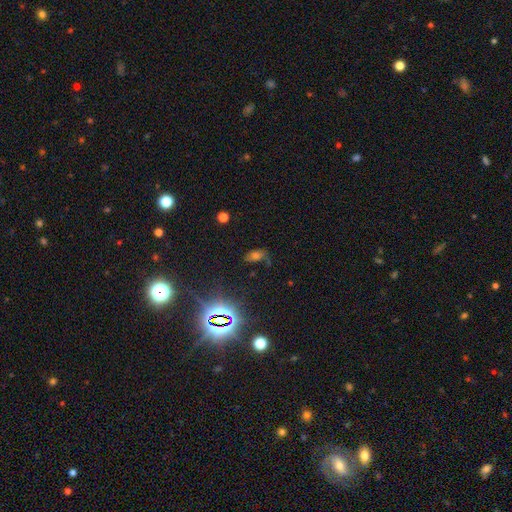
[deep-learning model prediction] Q: Smooth or featured?
A: star or artifact (48%); runner-up: smooth (36%)